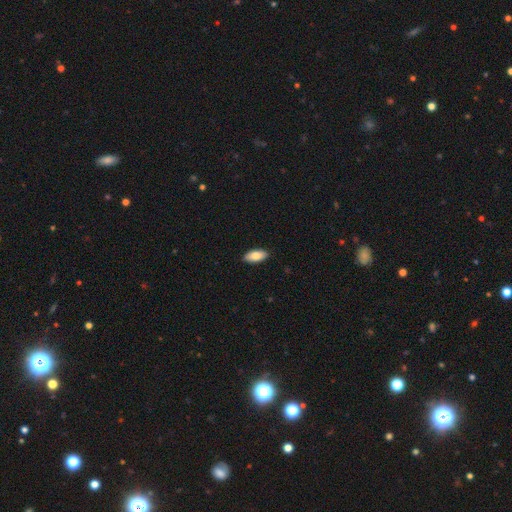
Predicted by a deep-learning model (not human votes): This appears to be a smooth galaxy with no disk features (85%) that is in between round and cigar-shaped (92%). Merging: none (89%).